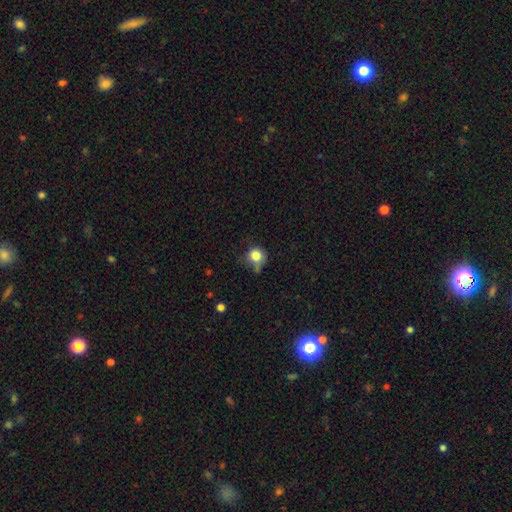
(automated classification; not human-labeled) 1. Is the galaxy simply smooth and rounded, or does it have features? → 81% smooth, 11% star or artifact, 9% featured or disk.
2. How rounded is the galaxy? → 85% round, 14% in between, 1% cigar-shaped.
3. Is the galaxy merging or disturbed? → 48% none, 32% minor disturbance, 13% major disturbance, 7% merger.